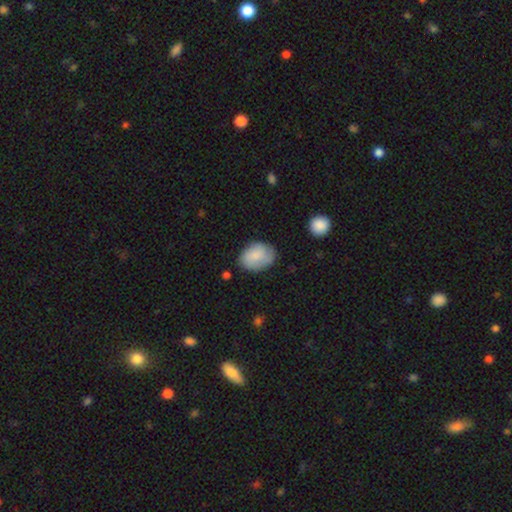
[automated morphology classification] Overall: smooth (72%). How rounded: in between (75%). Merging: none (67%).